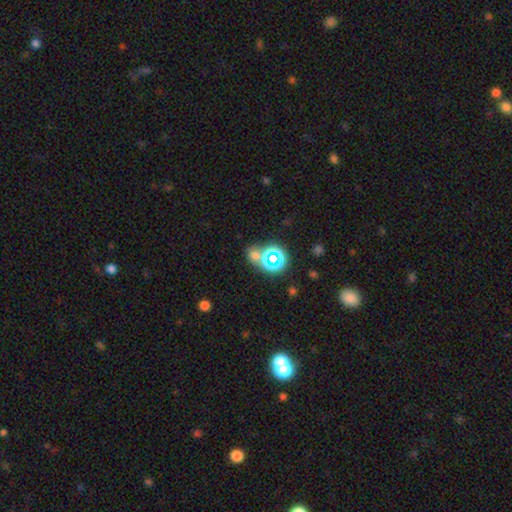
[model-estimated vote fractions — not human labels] A smooth galaxy with no disk features (49%). Merging: none (60%).